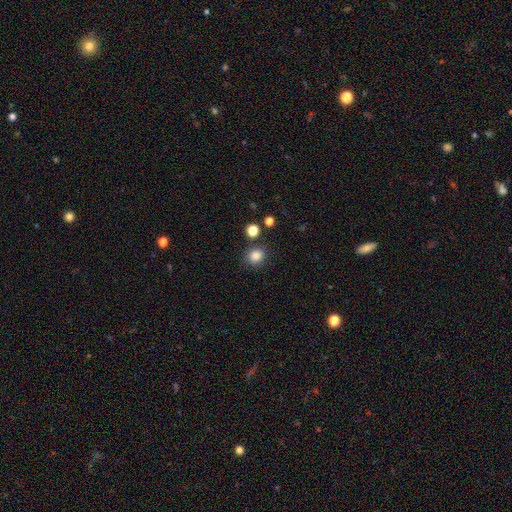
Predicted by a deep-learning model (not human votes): smooth-or-featured: smooth: 84% | star or artifact: 12% | featured or disk: 4%
  how-rounded: round: 78% | in between: 21% | cigar-shaped: 1%
  merging: none: 79% | minor disturbance: 12% | merger: 5% | major disturbance: 4%